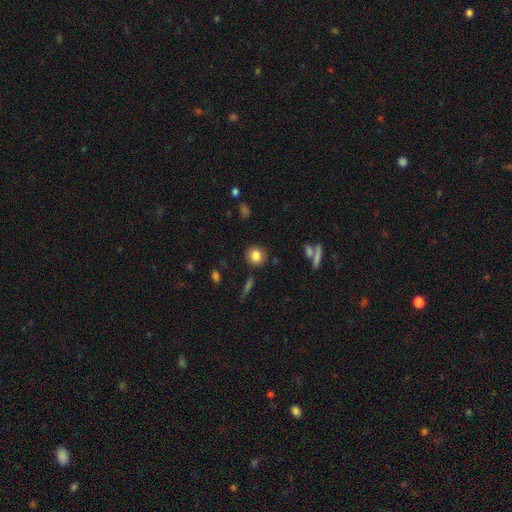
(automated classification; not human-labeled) Q: Smooth or featured?
A: smooth (83%); runner-up: star or artifact (9%)
Q: How rounded?
A: round (83%); runner-up: in between (15%)
Q: Merging?
A: none (87%); runner-up: minor disturbance (8%)